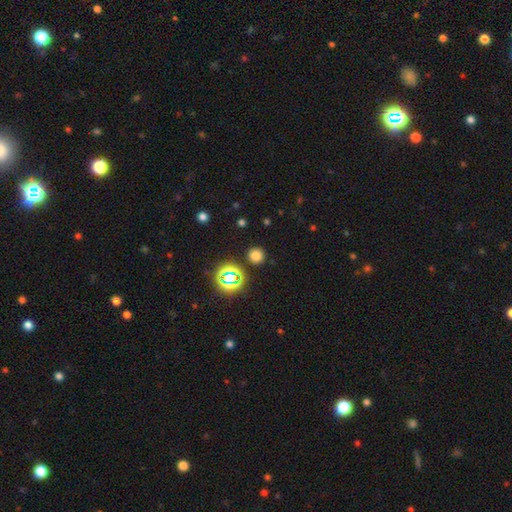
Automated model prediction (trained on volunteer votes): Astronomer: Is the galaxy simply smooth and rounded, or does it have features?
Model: smooth — 70%.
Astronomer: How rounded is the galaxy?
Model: round — 92%.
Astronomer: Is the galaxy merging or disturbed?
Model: none — 89%.